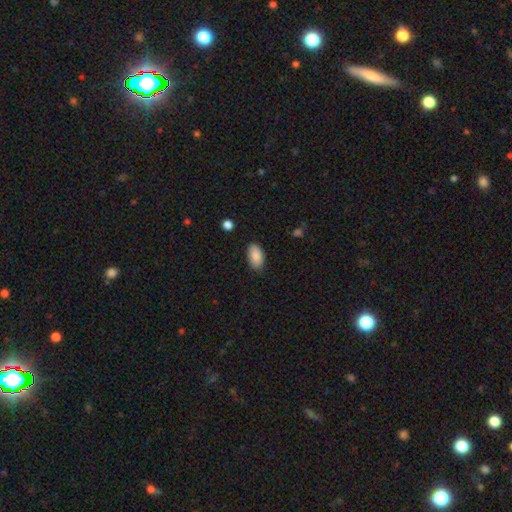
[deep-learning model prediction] smooth 88%, star or artifact 7%, featured or disk 5%. Down the decision tree: how rounded — in between (94%); merging — none (84%).